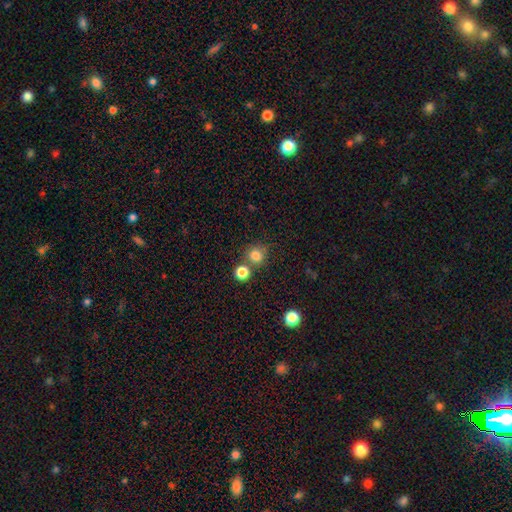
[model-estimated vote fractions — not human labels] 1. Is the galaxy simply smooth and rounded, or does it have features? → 80% smooth, 14% star or artifact, 6% featured or disk.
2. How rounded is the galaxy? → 88% round, 11% in between, 1% cigar-shaped.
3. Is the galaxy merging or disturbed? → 69% none, 17% merger, 10% minor disturbance, 4% major disturbance.